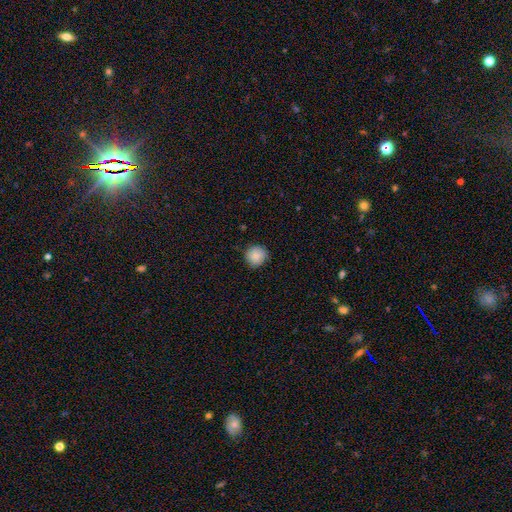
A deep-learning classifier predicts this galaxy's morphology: Overall: smooth (87%). How rounded: round (93%). Merging: none (85%).